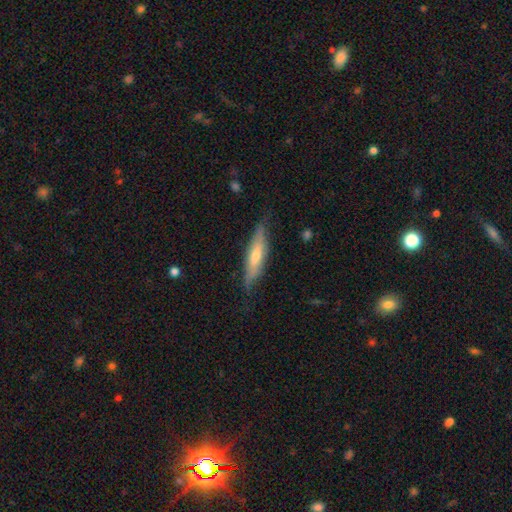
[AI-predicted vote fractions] Overall: smooth (48%; featured or disk 46%). Merging: none (76%).